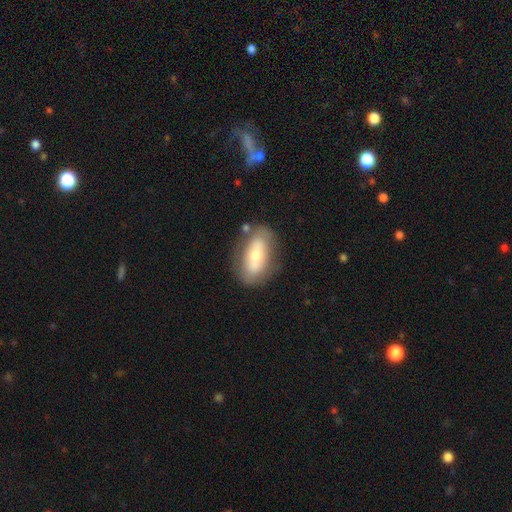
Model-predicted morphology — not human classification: Smooth or featured: smooth — 53% (featured or disk — 40%)
How rounded: in between — 84% (cigar-shaped — 11%)
Merging: none — 77% (minor disturbance — 14%)